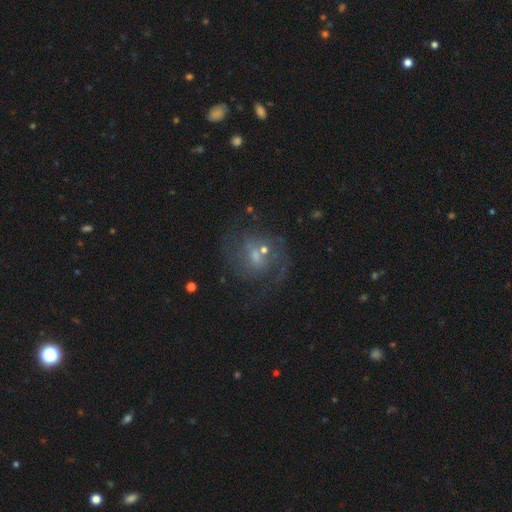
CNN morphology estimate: This is likely a featured or disk galaxy (74%). It is clearly not viewed edge-on (98%). Bar: possibly weak (48%). Spiral arm pattern: clearly yes (86%). Spiral arm count: likely 2 (60%). Spiral winding: possibly medium (49%). Central bulge: possibly small (49%). Merging: possibly none (56%).